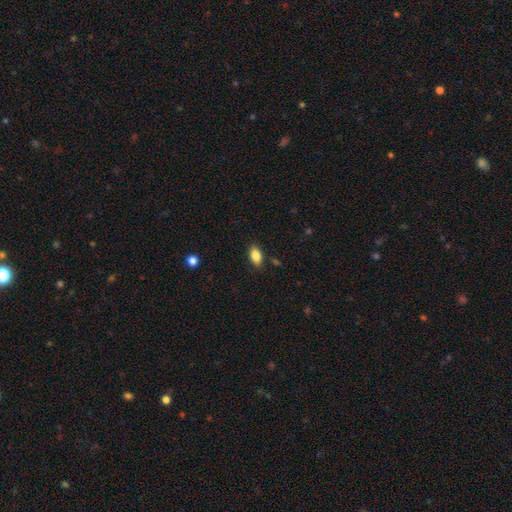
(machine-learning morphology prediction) Smooth or featured? smooth (85%)
How rounded? in between (91%)
Merging? none (86%)